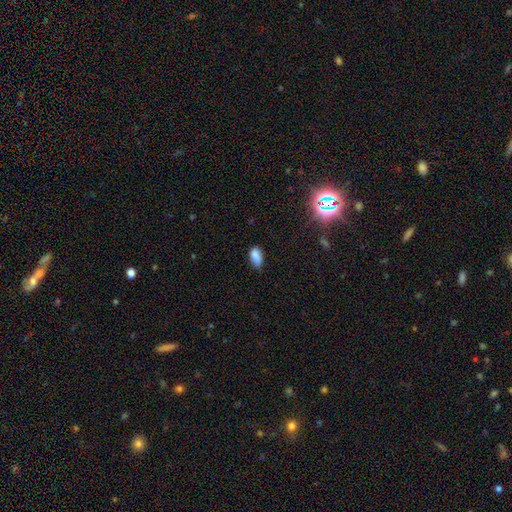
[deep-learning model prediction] smooth-or-featured: smooth: 81% | star or artifact: 11% | featured or disk: 8%
  how-rounded: in between: 91% | round: 6% | cigar-shaped: 4%
  merging: none: 57% | minor disturbance: 32% | major disturbance: 7% | merger: 4%